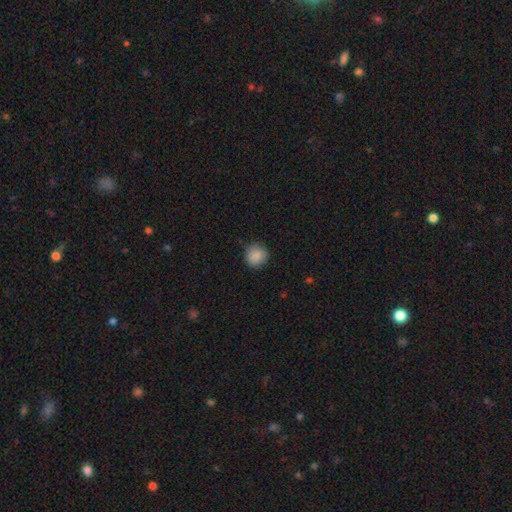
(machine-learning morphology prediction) Overall: smooth (88%). How rounded: round (91%). Merging: none (85%).